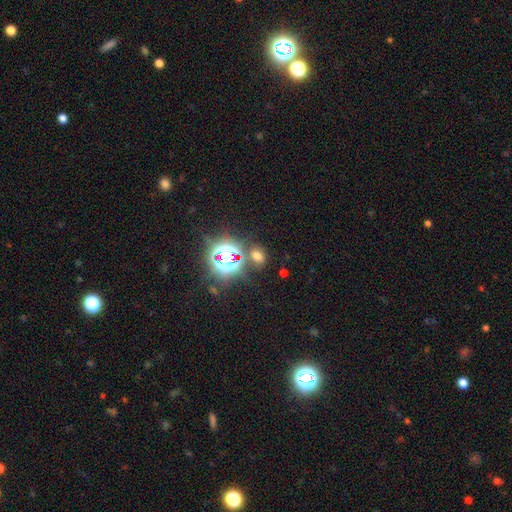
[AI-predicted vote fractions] Morphology: type=star or artifact (68%).